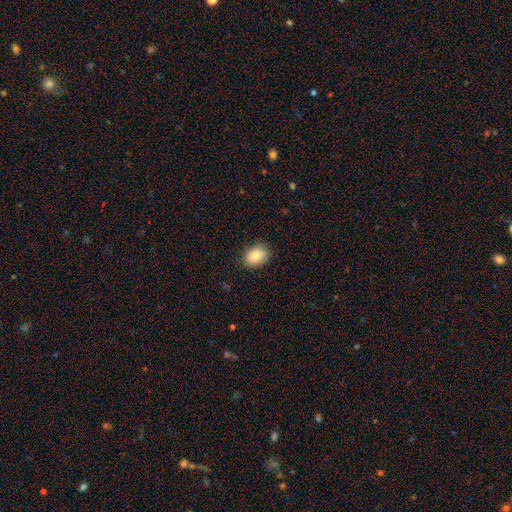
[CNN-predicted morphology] The model was most divided on "how rounded": in between: 64%, round: 35%, cigar-shaped: 1%. More confident: merging — none (86%); smooth or featured — smooth (84%).